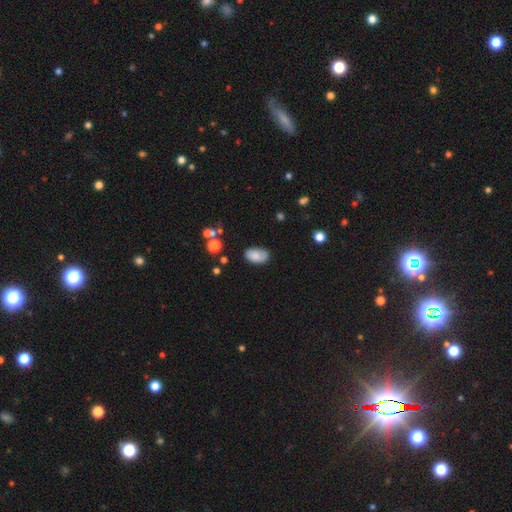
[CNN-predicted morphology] Smooth or featured: smooth — 78% (featured or disk — 13%)
How rounded: in between — 92% (round — 7%)
Merging: none — 68% (minor disturbance — 24%)